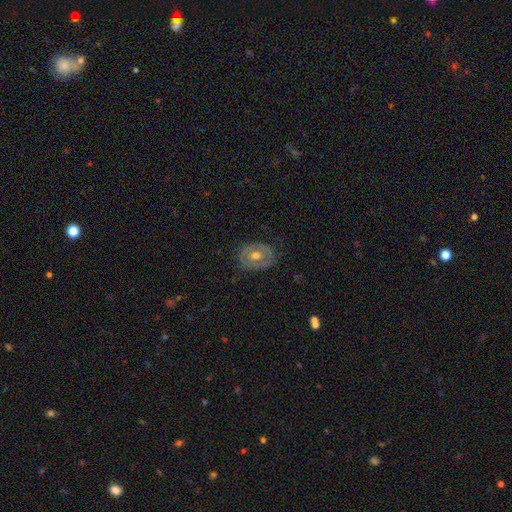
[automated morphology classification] Q: Smooth or featured?
A: featured or disk (57%); runner-up: smooth (35%)
Q: Edge-on disk?
A: no (94%); runner-up: yes (6%)
Q: Bar?
A: no (70%); runner-up: weak (23%)
Q: Spiral arms?
A: no (72%); runner-up: yes (28%)
Q: Bulge size?
A: moderate (76%); runner-up: small (12%)
Q: Merging?
A: none (77%); runner-up: minor disturbance (17%)